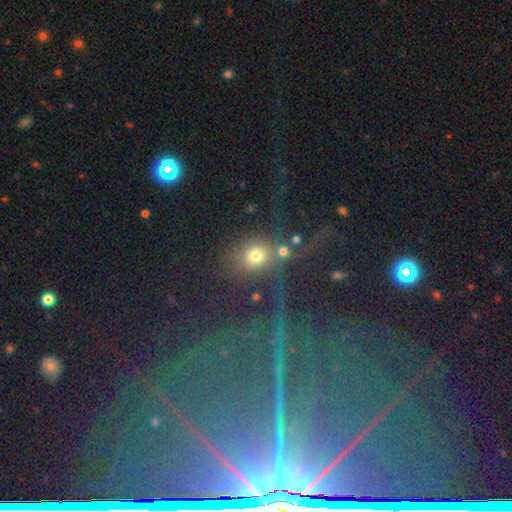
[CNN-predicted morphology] type=smooth (60%); roundness=round (70%); merging=none (40%).